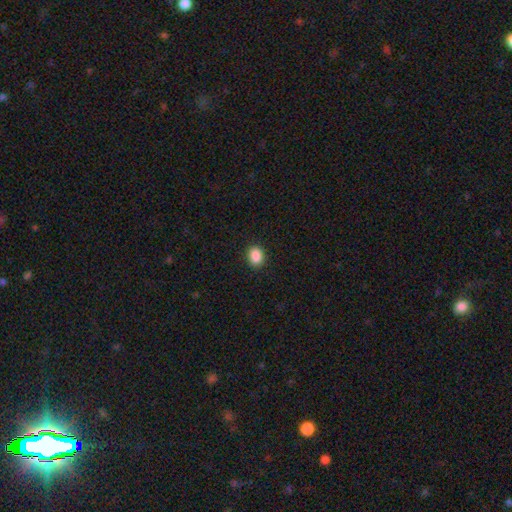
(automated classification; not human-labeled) Smooth or featured?
  - smooth: 89% *
  - star or artifact: 9%
  - featured or disk: 2%
How rounded?
  - in between: 64% *
  - round: 35%
  - cigar-shaped: 1%
Merging?
  - none: 89% *
  - minor disturbance: 8%
  - major disturbance: 2%
  - merger: 1%